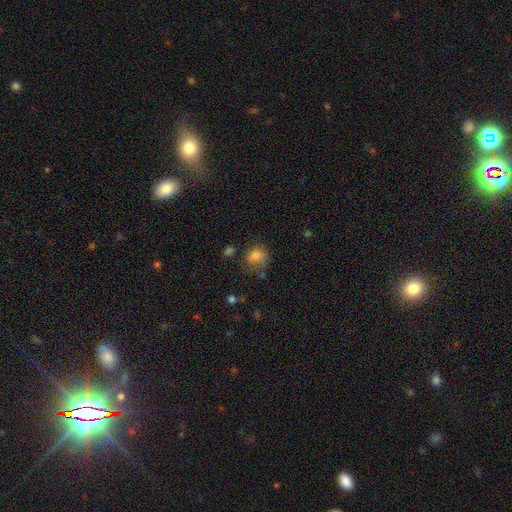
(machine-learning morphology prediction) This appears to be a smooth galaxy with no disk features (77%) that is round (67%). Merging: none (56%).